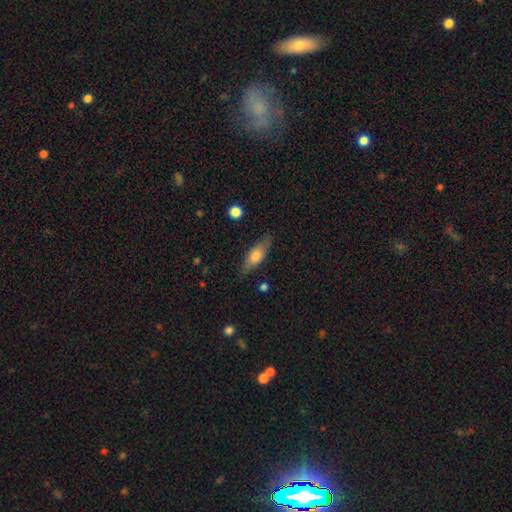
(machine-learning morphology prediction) The model was most divided on "how rounded": in between: 58%, cigar-shaped: 39%, round: 3%. More confident: merging — none (80%); smooth or featured — smooth (63%).